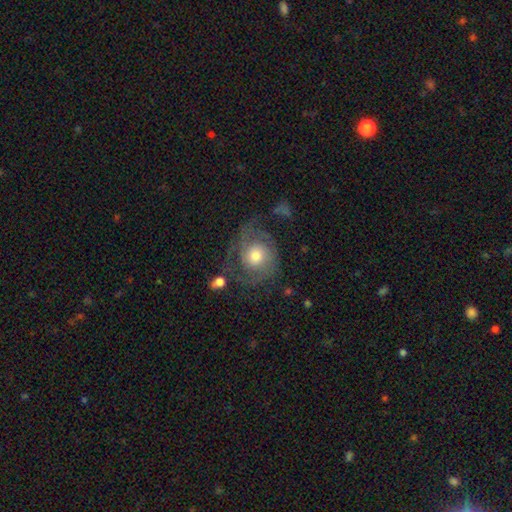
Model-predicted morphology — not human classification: This appears to be a featured or disk galaxy (71%) with no bar (79%), 2 (56%) medium (41%) spiral arms (89%) and a moderate central bulge (63%). Merging: none (53%).